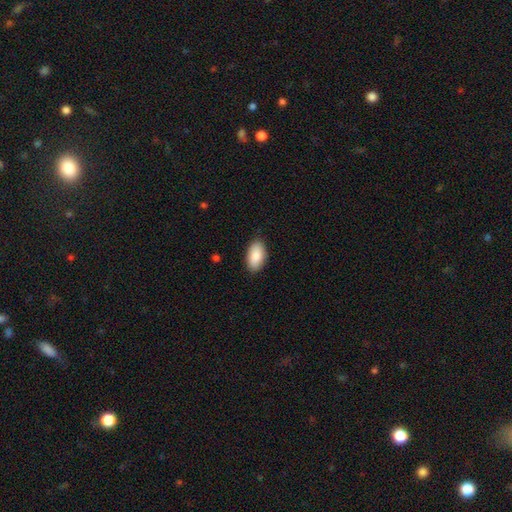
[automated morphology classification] Smooth or featured?
  - smooth: 89% *
  - star or artifact: 6%
  - featured or disk: 5%
How rounded?
  - in between: 94% *
  - round: 3%
  - cigar-shaped: 3%
Merging?
  - none: 87% *
  - minor disturbance: 10%
  - major disturbance: 2%
  - merger: 1%